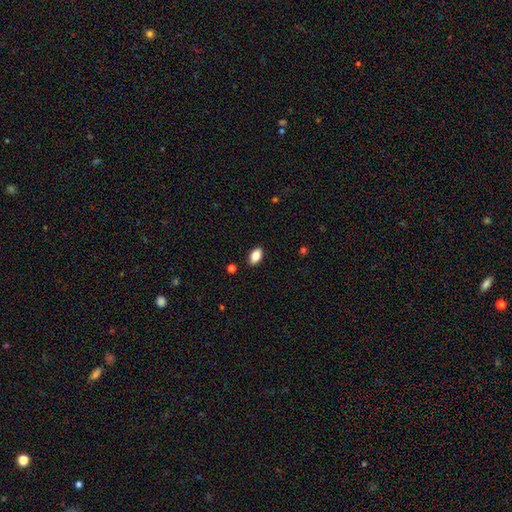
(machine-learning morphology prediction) Overall: smooth (83%). How rounded: in between (91%). Merging: none (89%).